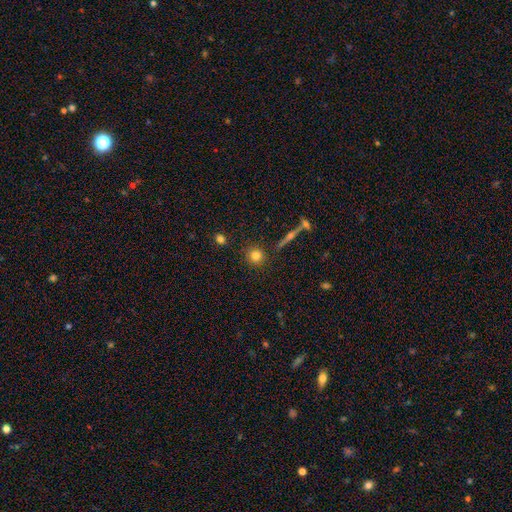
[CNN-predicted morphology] Smooth or featured? Predicted: smooth (p=0.79). How rounded? Predicted: round (p=0.92). Merging? Predicted: none (p=0.86).